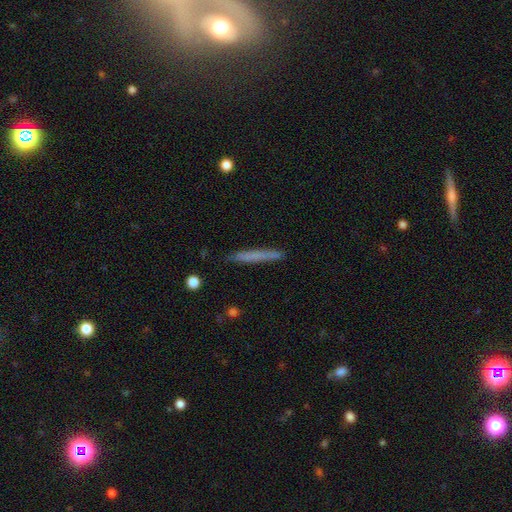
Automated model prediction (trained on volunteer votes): Morphology: type=smooth (68%); roundness=cigar-shaped (97%); merging=none (89%).